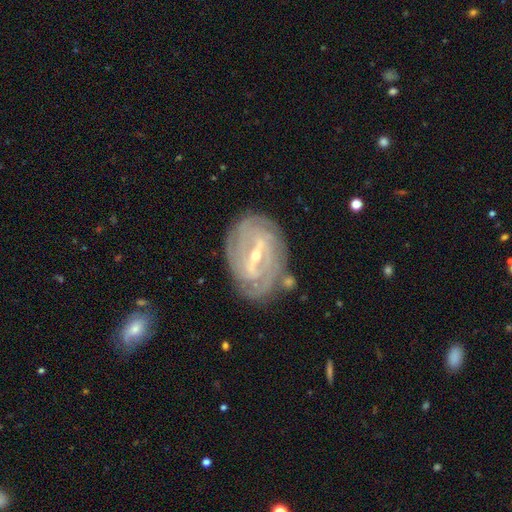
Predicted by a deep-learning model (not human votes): Smooth or featured? Predicted: featured or disk (p=0.89). Edge-on disk? Predicted: no (p=0.95). Bar? Predicted: strong (p=0.64). Spiral arms? Predicted: yes (p=0.94). Spiral winding? Predicted: tight (p=0.77). Spiral arm count? Predicted: can't tell (p=0.32). Bulge size? Predicted: small (p=0.63). Merging? Predicted: none (p=0.79).